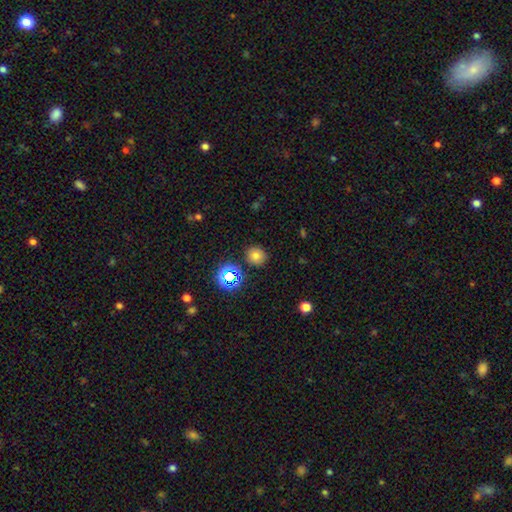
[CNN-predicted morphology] The model was most divided on "smooth or featured": smooth: 71%, star or artifact: 21%, featured or disk: 9%. More confident: merging — none (86%); how rounded — round (84%).